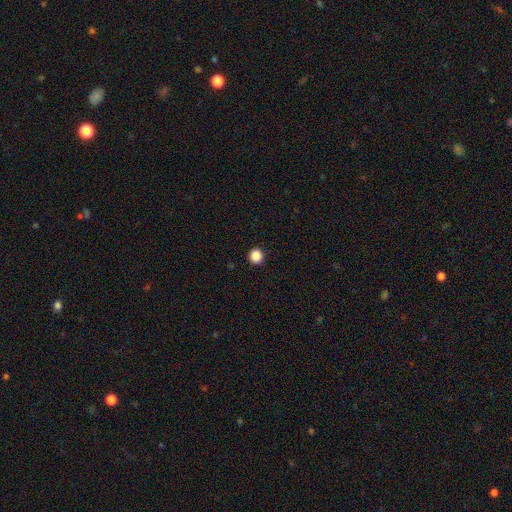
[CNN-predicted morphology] Smooth or featured? Predicted: smooth (p=0.87). How rounded? Predicted: round (p=0.95). Merging? Predicted: none (p=0.93).